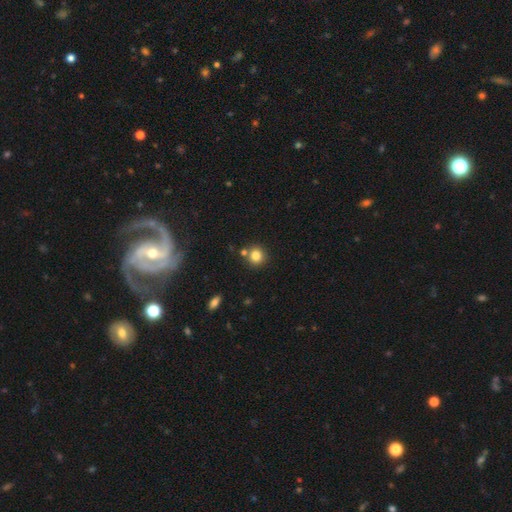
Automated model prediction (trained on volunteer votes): smooth 82%, star or artifact 12%, featured or disk 7%. Down the decision tree: how rounded — round (89%); merging — none (76%).